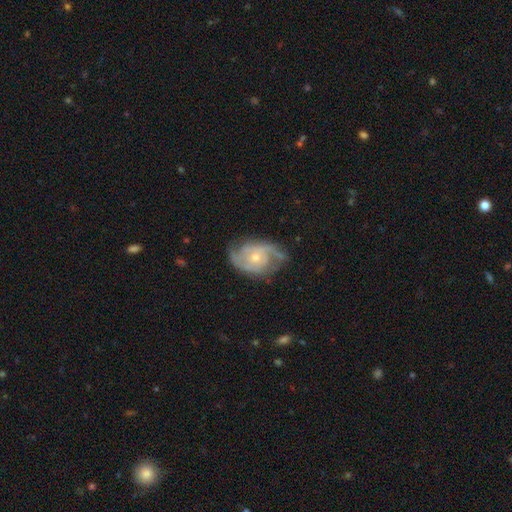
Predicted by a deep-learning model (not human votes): Smooth or featured?
  - featured or disk: 84% *
  - smooth: 10%
  - star or artifact: 5%
Edge-on disk?
  - no: 97% *
  - yes: 3%
Bar?
  - no: 70% *
  - weak: 25%
  - strong: 5%
Spiral arms?
  - yes: 94% *
  - no: 6%
Spiral winding?
  - medium: 48% *
  - tight: 30%
  - loose: 22%
Spiral arm count?
  - 2: 73% *
  - can't tell: 11%
  - 3: 8%
  - 1: 3%
  - 4: 2%
  - more than 4: 2%
Bulge size?
  - small: 56% *
  - moderate: 40%
  - large: 2%
  - none: 1%
  - dominant: 1%
Merging?
  - none: 68% *
  - minor disturbance: 21%
  - major disturbance: 9%
  - merger: 2%